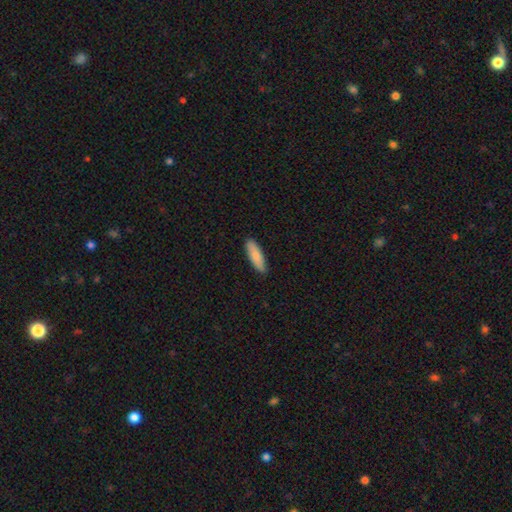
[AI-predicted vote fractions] A smooth galaxy with no disk features (86%) that is cigar-shaped (60%). Merging: none (89%).